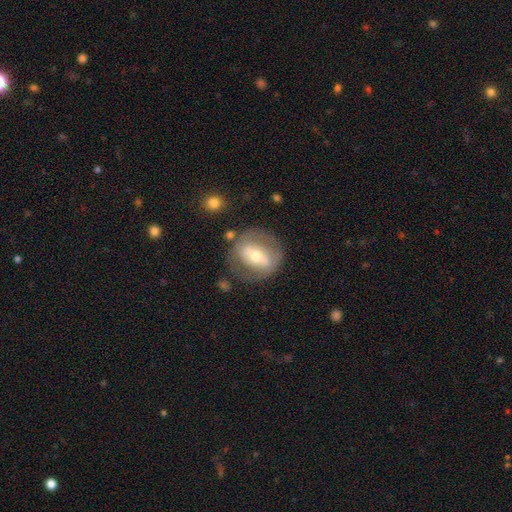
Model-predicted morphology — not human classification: Smooth or featured: featured or disk — 59% (smooth — 35%)
Edge-on disk: no — 90% (yes — 10%)
Bar: strong — 48% (weak — 30%)
Spiral arms: no — 67% (yes — 33%)
Bulge size: moderate — 64% (small — 26%)
Merging: none — 71% (minor disturbance — 16%)